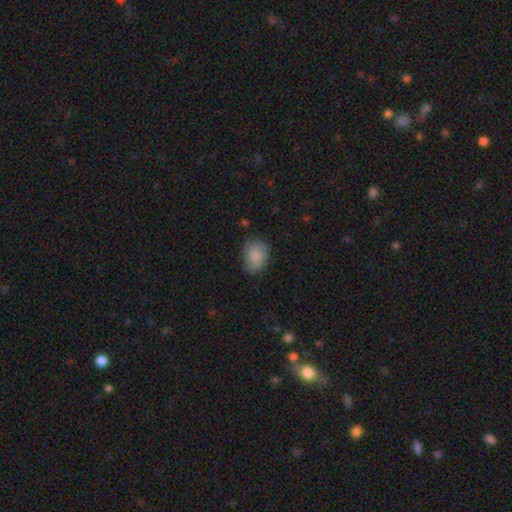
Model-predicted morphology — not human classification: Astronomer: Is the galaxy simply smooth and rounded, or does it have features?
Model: smooth — 80%.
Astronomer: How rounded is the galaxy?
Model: in between — 58% (runner-up: round, 41%).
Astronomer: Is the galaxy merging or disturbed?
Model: none — 71%.